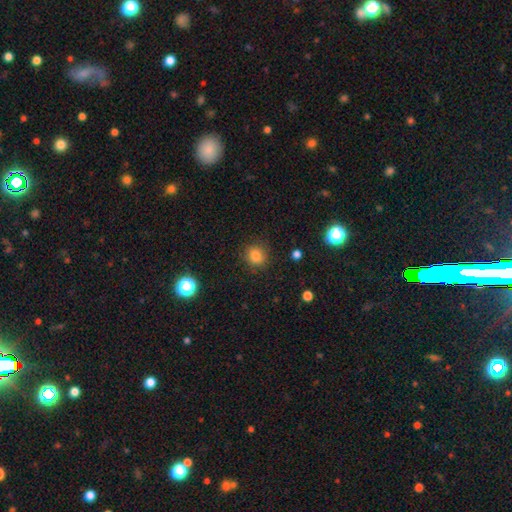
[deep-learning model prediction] This is clearly a smooth galaxy (82%). How rounded: clearly round (88%). Merging: clearly none (88%).